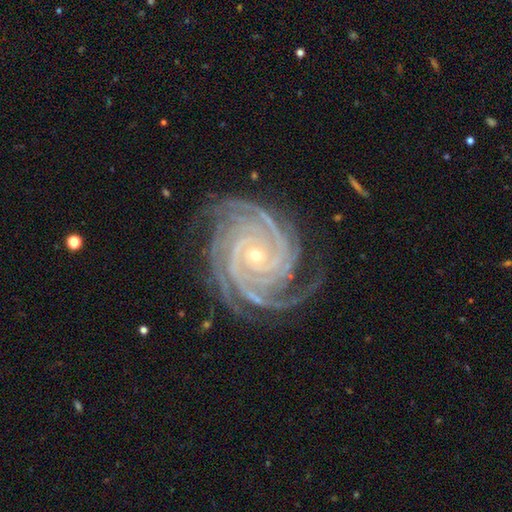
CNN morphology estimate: type=featured or disk (93%); edge-on=no (98%); bar=no (71%); spiral arms=yes (99%); winding=tight (83%); arm count=4 (30%); bulge=small (78%); merging=none (76%).